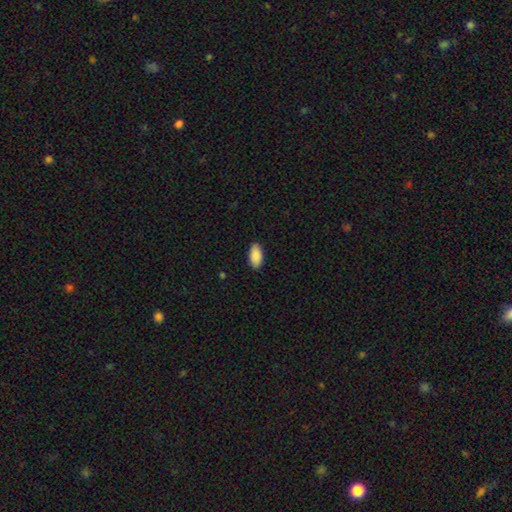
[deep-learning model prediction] This appears to be a smooth galaxy with no disk features (90%) that is in between round and cigar-shaped (94%). Merging: none (89%).